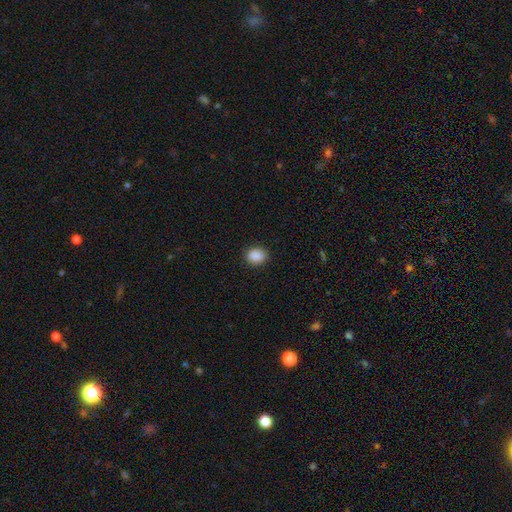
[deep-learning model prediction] smooth_or_featured: smooth (p=0.89) [alt: star or artifact p=0.09]
how_rounded: round (p=0.52) [alt: in between p=0.47]
merging: none (p=0.88) [alt: minor disturbance p=0.08]